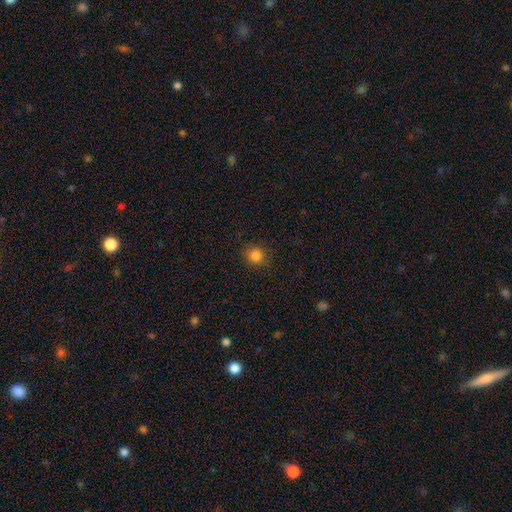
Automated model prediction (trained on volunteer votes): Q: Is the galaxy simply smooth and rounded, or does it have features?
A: smooth — 84%.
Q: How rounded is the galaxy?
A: round — 89%.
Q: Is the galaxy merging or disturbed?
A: none — 88%.